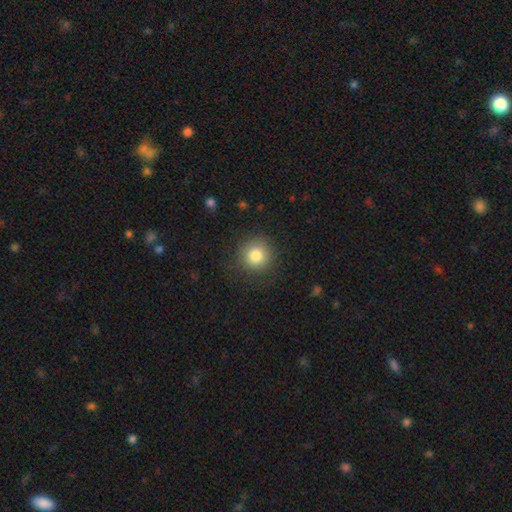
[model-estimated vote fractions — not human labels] A smooth galaxy with no disk features (82%) that is round (94%).

Vote fractions:
- Smooth or featured? smooth: 82% / star or artifact: 11% / featured or disk: 7%
- How rounded? round: 94% / in between: 5% / cigar-shaped: 1%
- Merging? none: 85% / minor disturbance: 9% / major disturbance: 4% / merger: 1%